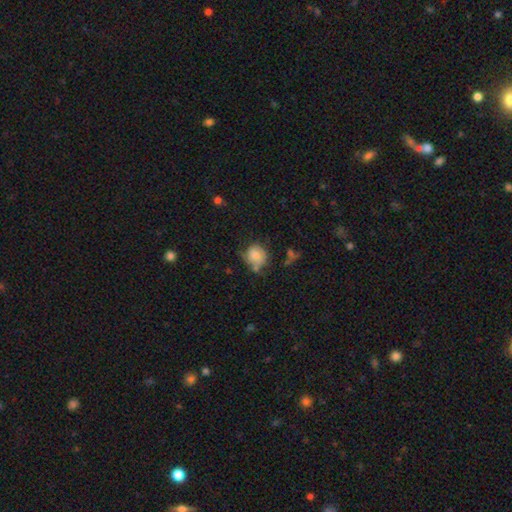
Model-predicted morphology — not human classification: smooth_or_featured: smooth (p=0.74) [alt: featured or disk p=0.17]
how_rounded: round (p=0.75) [alt: in between p=0.24]
merging: none (p=0.48) [alt: minor disturbance p=0.28]